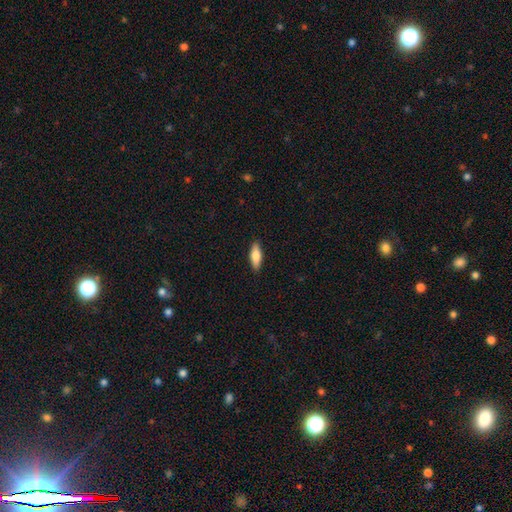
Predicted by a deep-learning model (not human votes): smooth_or_featured: smooth (p=0.76) [alt: featured or disk p=0.18]
how_rounded: in between (p=0.62) [alt: cigar-shaped p=0.36]
merging: none (p=0.89) [alt: minor disturbance p=0.08]